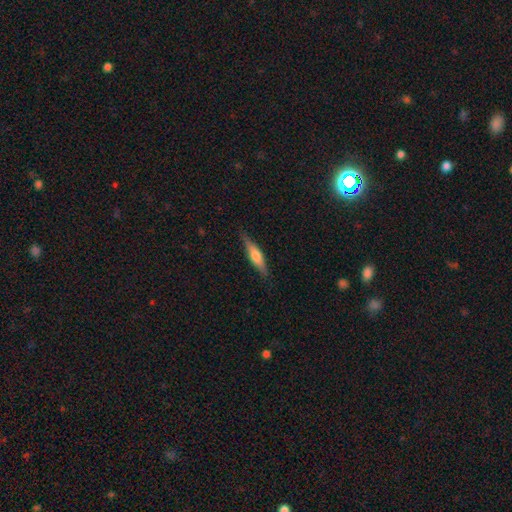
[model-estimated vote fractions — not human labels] featured or disk 48%, smooth 46%, star or artifact 6%. Down the decision tree: merging — none (84%).